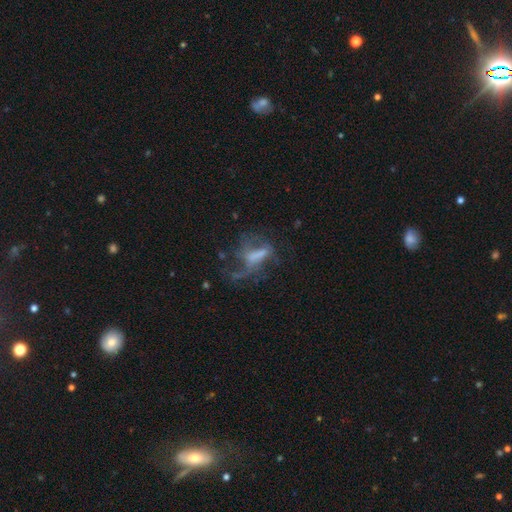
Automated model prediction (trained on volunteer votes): Smooth or featured? Predicted: featured or disk (p=0.61). Edge-on disk? Predicted: no (p=0.90). Bar? Predicted: no (p=0.41). Spiral arms? Predicted: yes (p=0.53). Bulge size? Predicted: none (p=0.44). Merging? Predicted: major disturbance (p=0.41).